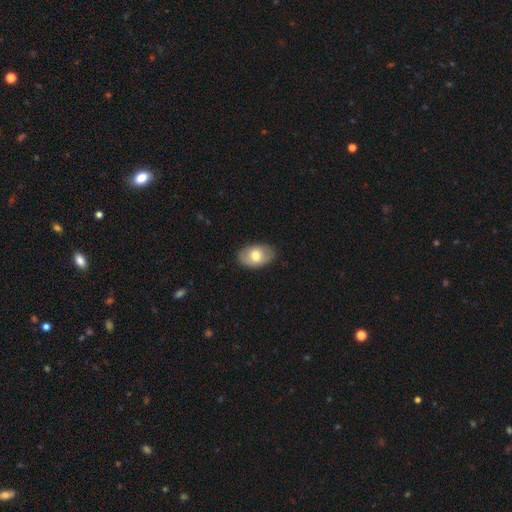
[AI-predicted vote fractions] Smooth or featured? Predicted: smooth (p=0.71). How rounded? Predicted: in between (p=0.89). Merging? Predicted: none (p=0.84).